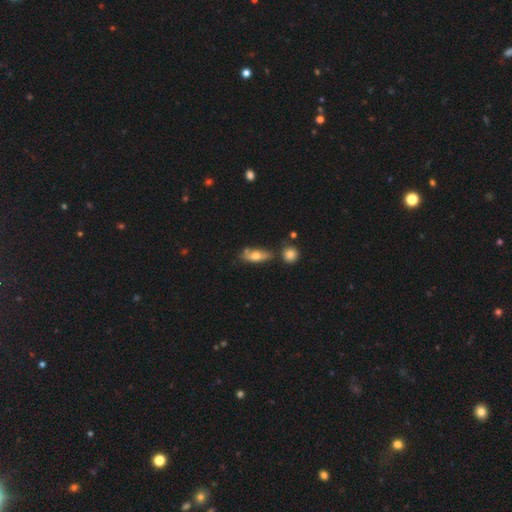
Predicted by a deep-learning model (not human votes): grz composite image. It shows a smooth galaxy with no disk features (61%) that is in between round and cigar-shaped (67%). Merging: none (58%).